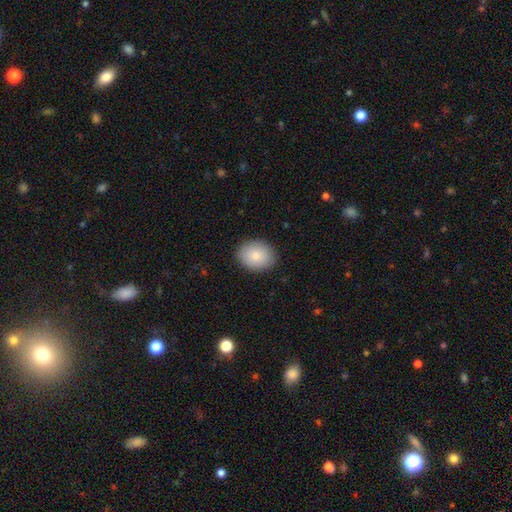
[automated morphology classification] Q: Smooth or featured?
A: smooth (85%); runner-up: featured or disk (8%)
Q: How rounded?
A: in between (54%); runner-up: round (45%)
Q: Merging?
A: none (88%); runner-up: minor disturbance (9%)